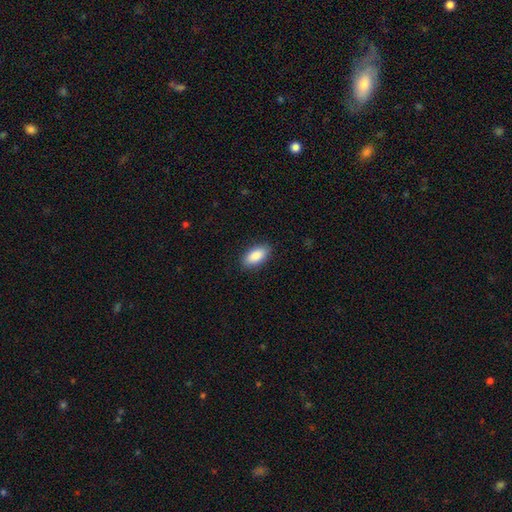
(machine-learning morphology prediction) Smooth or featured?
  - smooth: 87% *
  - featured or disk: 6%
  - star or artifact: 6%
How rounded?
  - in between: 91% *
  - cigar-shaped: 6%
  - round: 3%
Merging?
  - none: 89% *
  - minor disturbance: 8%
  - major disturbance: 2%
  - merger: 1%